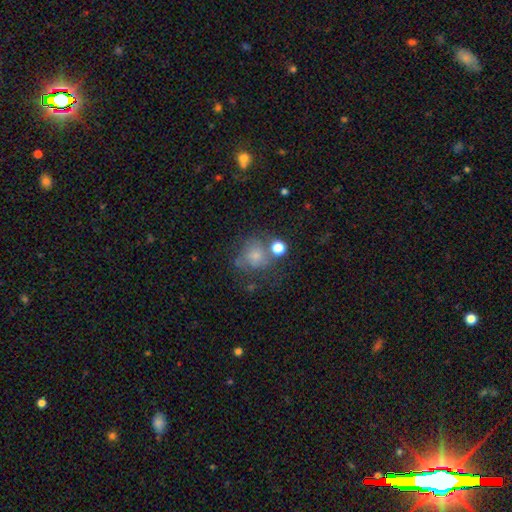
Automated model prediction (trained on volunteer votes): Morphology: type=smooth (65%); roundness=round (79%); merging=none (49%).